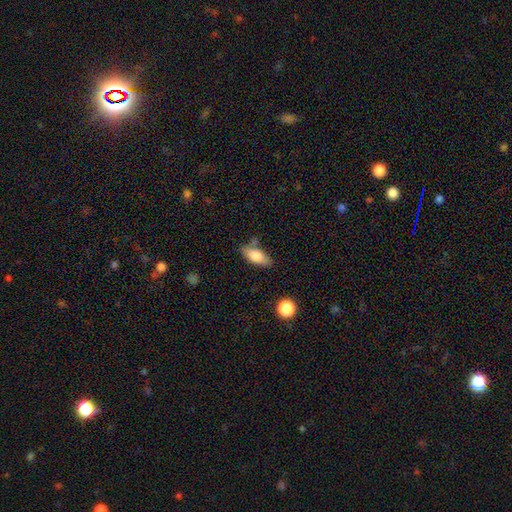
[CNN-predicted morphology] This appears to be a smooth galaxy with no disk features (78%) that is in between round and cigar-shaped (82%). Merging: none (68%).